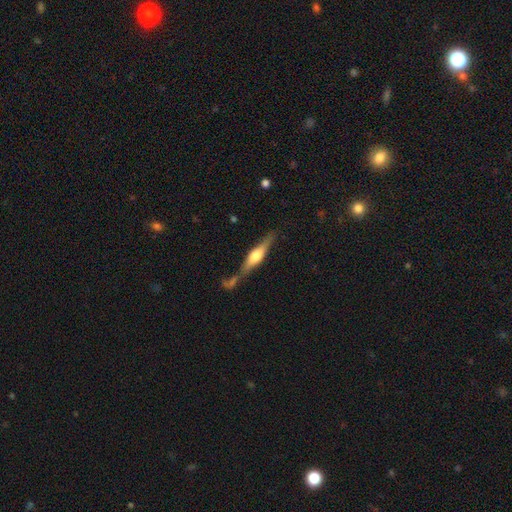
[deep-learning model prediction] Smooth or featured? featured or disk (64%)
Edge-on disk? yes (94%)
Edge-on bulge? rounded (84%)
Merging? none (61%)